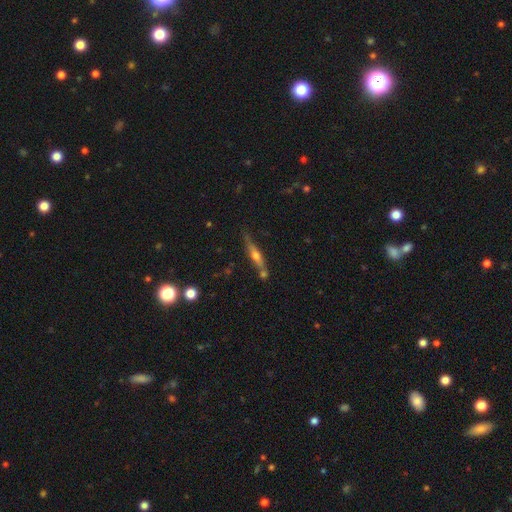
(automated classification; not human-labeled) Morphology: type=featured or disk (58%); edge-on=yes (92%); edge-on bulge=rounded (85%); merging=none (66%).